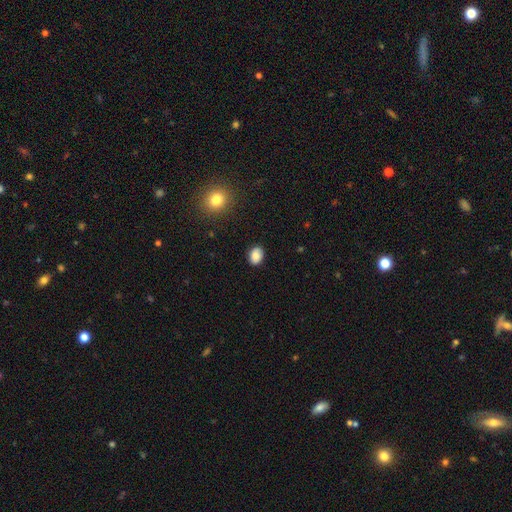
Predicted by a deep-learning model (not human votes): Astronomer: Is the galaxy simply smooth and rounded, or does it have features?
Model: smooth — 85%.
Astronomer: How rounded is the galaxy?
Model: in between — 70%.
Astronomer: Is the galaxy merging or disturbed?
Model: none — 87%.